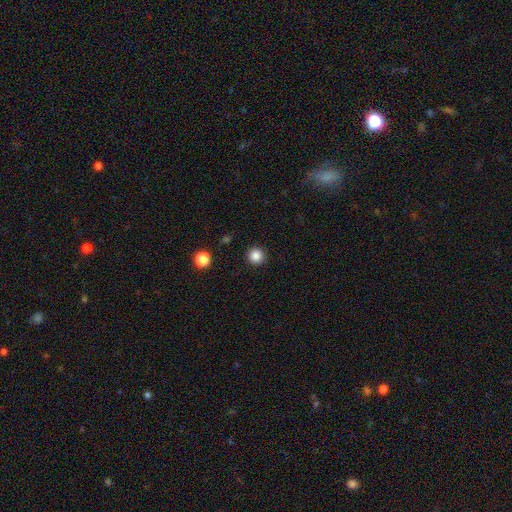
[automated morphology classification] A smooth galaxy with no disk features (85%) that is round (96%). Merging: none (92%).